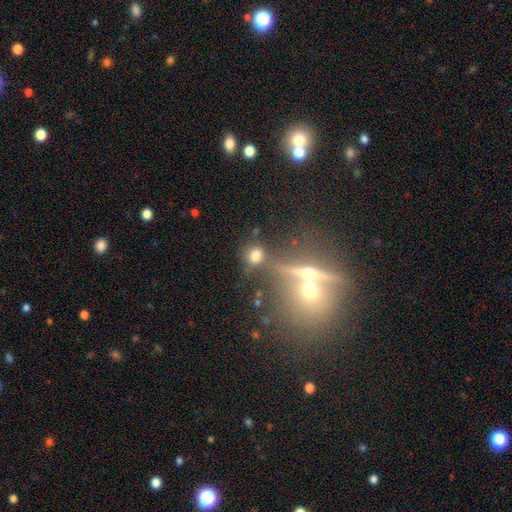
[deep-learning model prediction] Morphology: type=smooth (66%); roundness=round (73%); merging=none (70%).